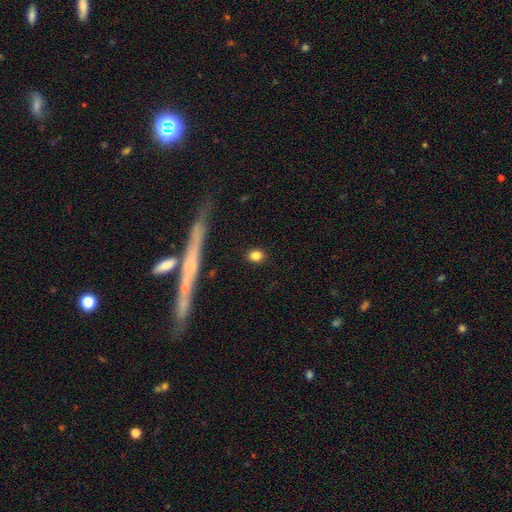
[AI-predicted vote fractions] Morphology: type=smooth (82%); roundness=in between (50%); merging=none (88%).